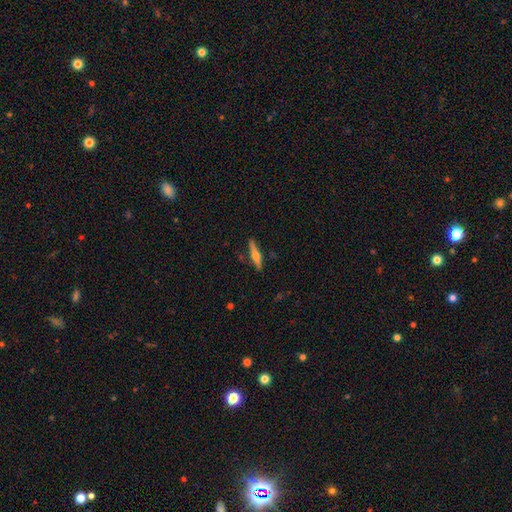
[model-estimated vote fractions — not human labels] smooth_or_featured: featured or disk (p=0.57) [alt: smooth p=0.38]
disk_edge_on: yes (p=0.96) [alt: no p=0.04]
edge_on_bulge: rounded (p=0.90) [alt: boxy p=0.05]
merging: none (p=0.87) [alt: minor disturbance p=0.10]